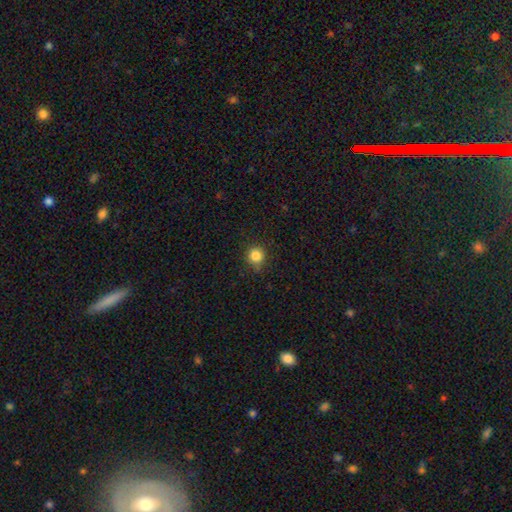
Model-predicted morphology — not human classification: type=smooth (84%); roundness=round (93%); merging=none (86%).